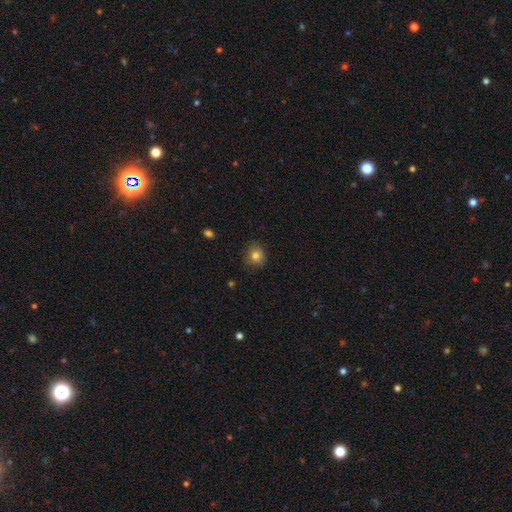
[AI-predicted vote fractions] Smooth or featured?
  - smooth: 80% *
  - star or artifact: 11%
  - featured or disk: 9%
How rounded?
  - round: 74% *
  - in between: 25%
  - cigar-shaped: 1%
Merging?
  - none: 79% *
  - minor disturbance: 16%
  - major disturbance: 4%
  - merger: 1%